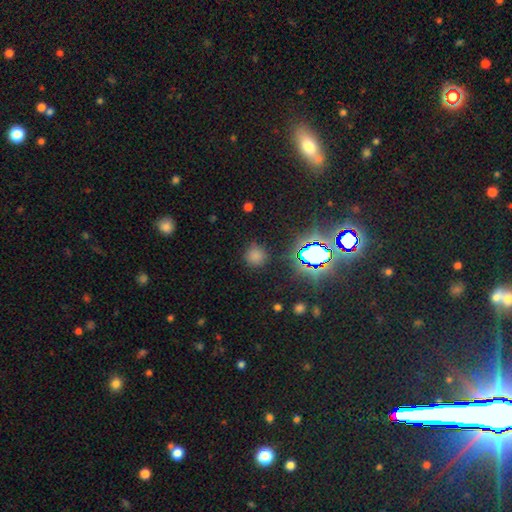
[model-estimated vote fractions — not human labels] Smooth or featured: smooth — 70% (star or artifact — 24%)
How rounded: round — 93% (in between — 6%)
Merging: none — 85% (minor disturbance — 9%)